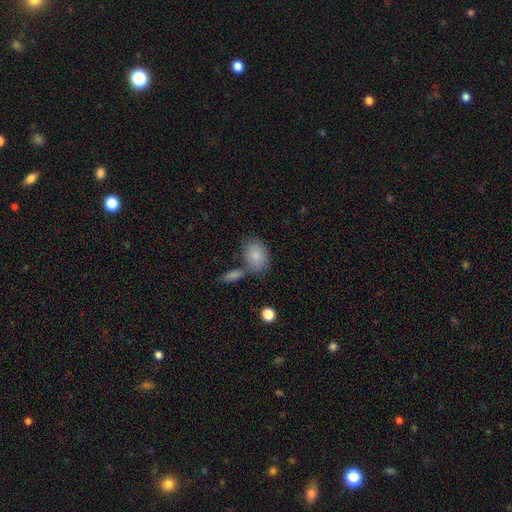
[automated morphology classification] type=smooth (84%); roundness=in between (82%); merging=none (60%).